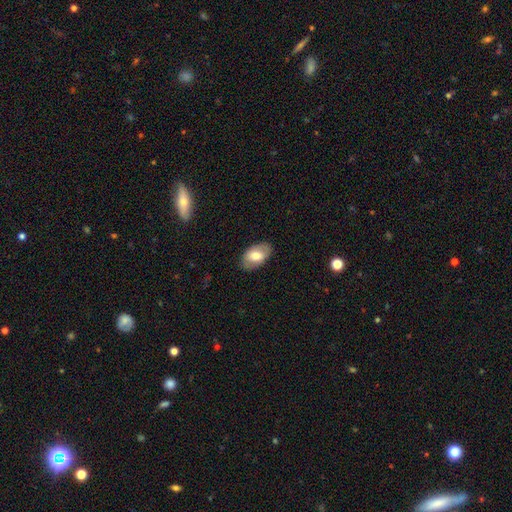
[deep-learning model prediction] The model was most divided on "smooth or featured": smooth: 64%, featured or disk: 30%, star or artifact: 6%. More confident: how rounded — in between (93%); merging — none (85%).